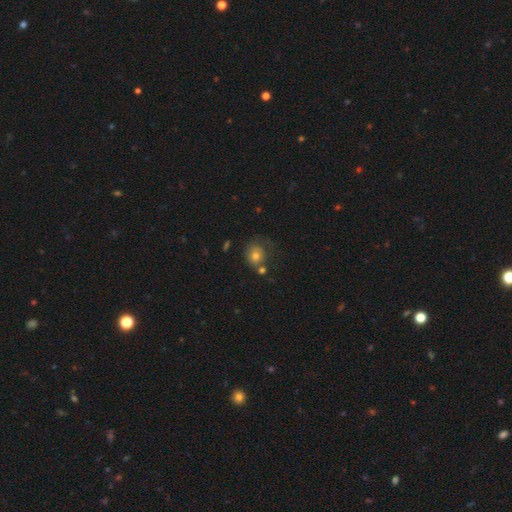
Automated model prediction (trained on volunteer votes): Q: Smooth or featured?
A: smooth (72%); runner-up: featured or disk (16%)
Q: How rounded?
A: round (80%); runner-up: in between (19%)
Q: Merging?
A: none (57%); runner-up: minor disturbance (20%)